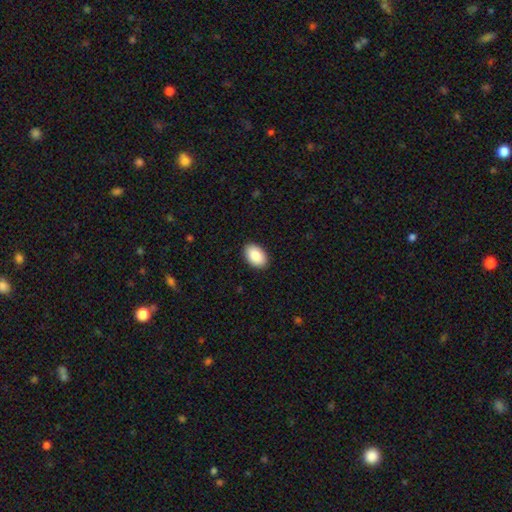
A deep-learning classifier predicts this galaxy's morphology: Overall: smooth (88%). How rounded: in between (91%). Merging: none (90%).